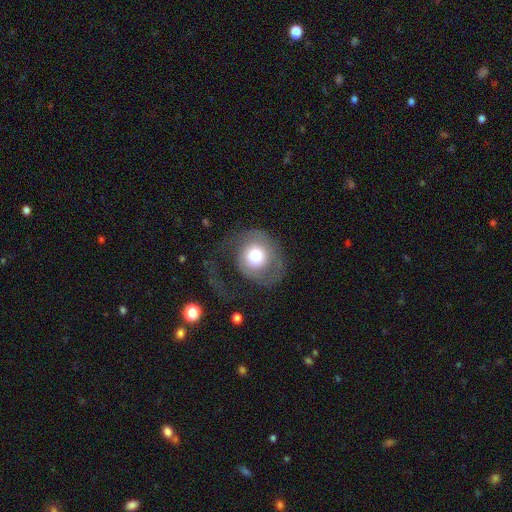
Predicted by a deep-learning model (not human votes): smooth-or-featured: smooth: 54% | featured or disk: 38% | star or artifact: 8%
  how-rounded: round: 76% | in between: 23% | cigar-shaped: 1%
  merging: major disturbance: 46% | none: 34% | minor disturbance: 18% | merger: 2%